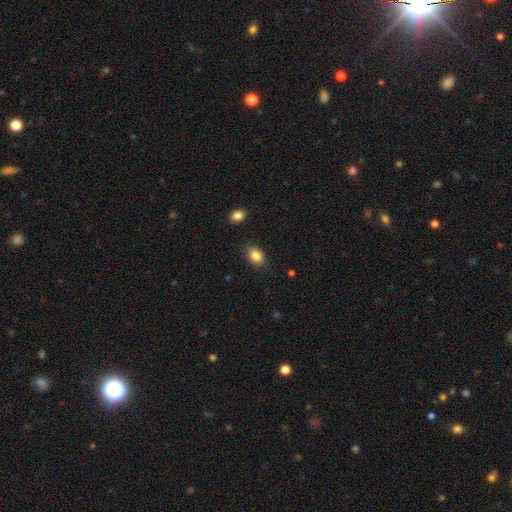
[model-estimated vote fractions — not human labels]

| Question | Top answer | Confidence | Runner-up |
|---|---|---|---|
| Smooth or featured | smooth | 86% | star or artifact (9%) |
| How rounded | in between | 80% | round (19%) |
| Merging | none | 85% | minor disturbance (11%) |